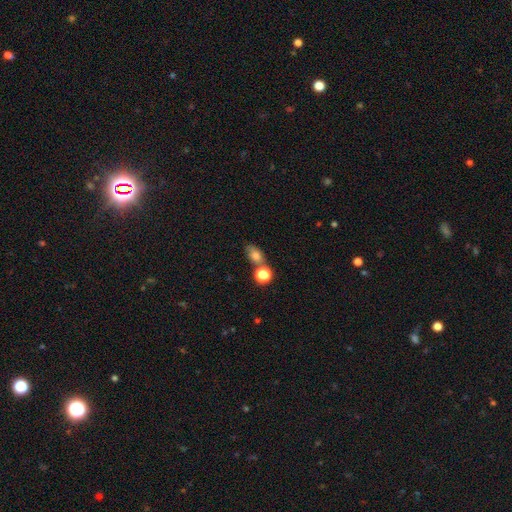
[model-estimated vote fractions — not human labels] smooth 76%, star or artifact 14%, featured or disk 10%. Down the decision tree: how rounded — in between (70%); merging — none (54%).